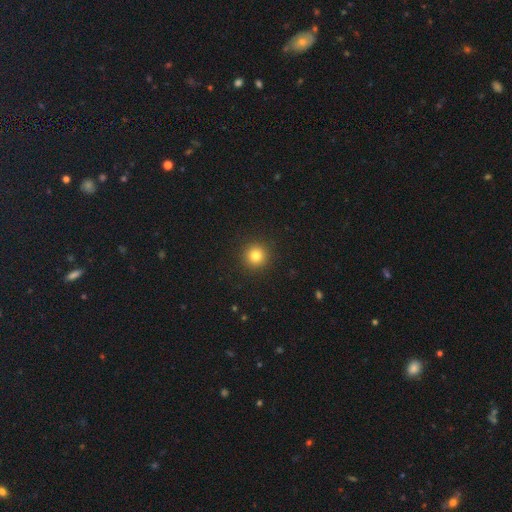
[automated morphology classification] Smooth or featured: smooth — 82% (star or artifact — 12%)
How rounded: round — 95% (in between — 4%)
Merging: none — 92% (minor disturbance — 5%)